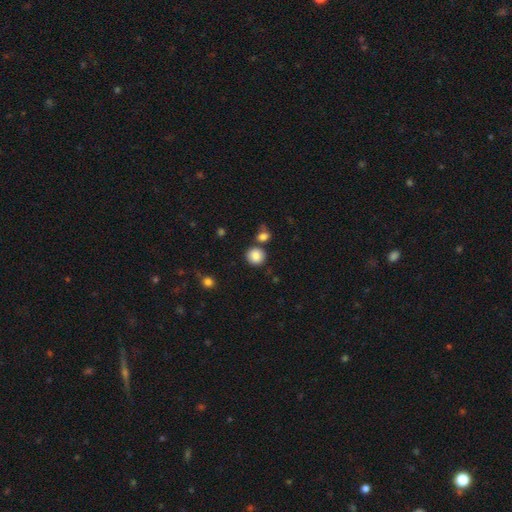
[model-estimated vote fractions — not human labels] The model was most divided on "merging": none: 78%, merger: 11%, minor disturbance: 8%, major disturbance: 3%. More confident: how rounded — round (89%); smooth or featured — smooth (86%).